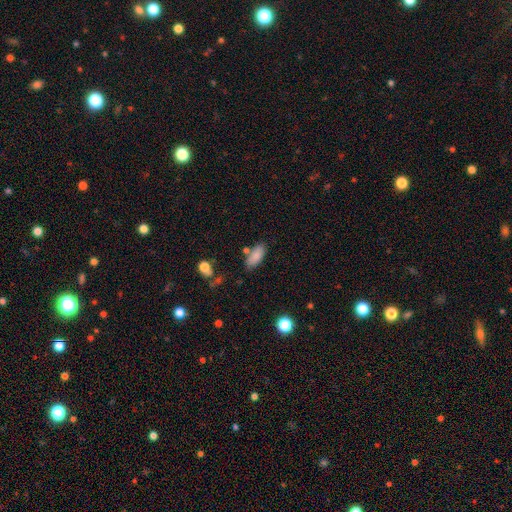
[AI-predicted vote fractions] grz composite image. It shows a smooth galaxy with no disk features (85%) that is in between round and cigar-shaped (83%). Merging: none (72%).